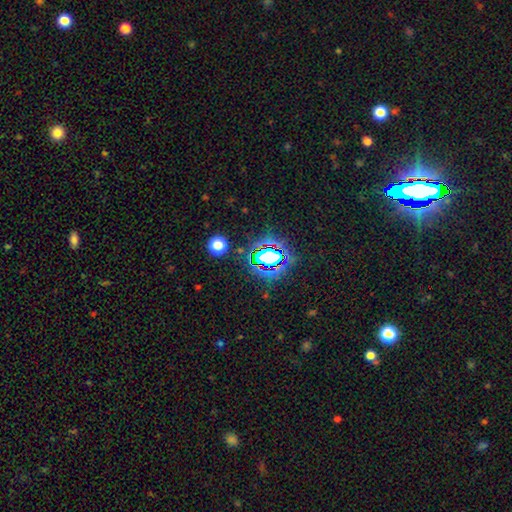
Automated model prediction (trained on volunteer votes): Morphology: type=star or artifact (79%).